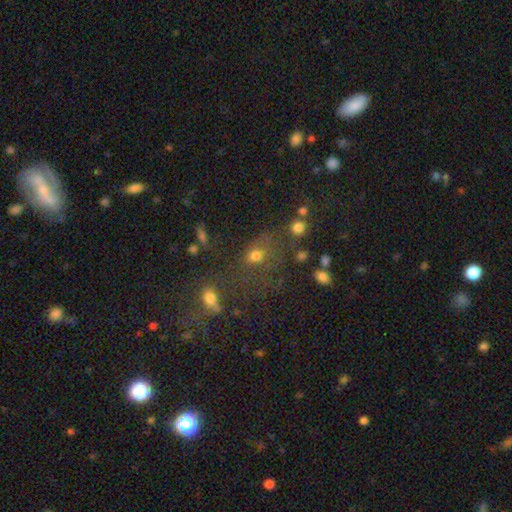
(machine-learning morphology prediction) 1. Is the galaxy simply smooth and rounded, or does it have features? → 68% smooth, 21% star or artifact, 11% featured or disk.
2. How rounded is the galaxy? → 57% round, 41% in between, 2% cigar-shaped.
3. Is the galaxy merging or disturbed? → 51% none, 18% merger, 17% minor disturbance, 14% major disturbance.